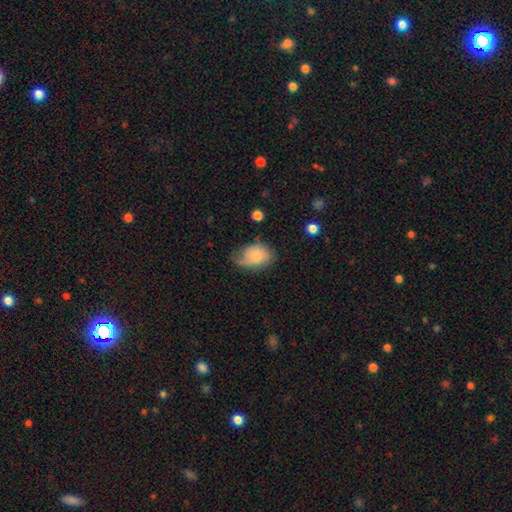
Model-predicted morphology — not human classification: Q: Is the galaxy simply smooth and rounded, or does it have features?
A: smooth — 62%.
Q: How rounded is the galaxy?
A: in between — 80%.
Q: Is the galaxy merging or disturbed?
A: none — 45%.